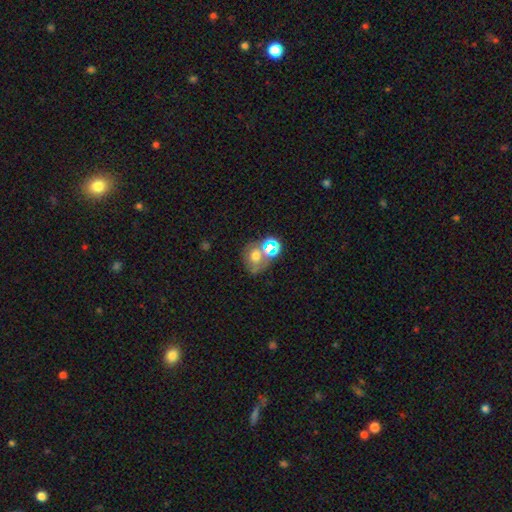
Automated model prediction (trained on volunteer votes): Q: Smooth or featured?
A: smooth (53%); runner-up: featured or disk (24%)
Q: How rounded?
A: round (52%); runner-up: in between (47%)
Q: Merging?
A: none (39%); runner-up: merger (38%)